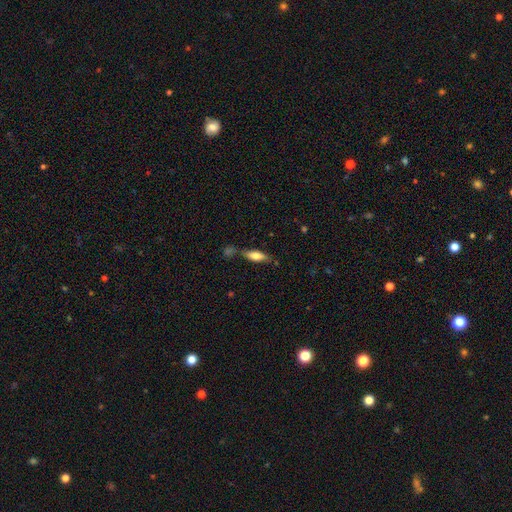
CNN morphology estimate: smooth-or-featured: smooth: 67% | featured or disk: 26% | star or artifact: 7%
  how-rounded: in between: 54% | cigar-shaped: 44% | round: 2%
  merging: none: 66% | minor disturbance: 17% | merger: 12% | major disturbance: 5%